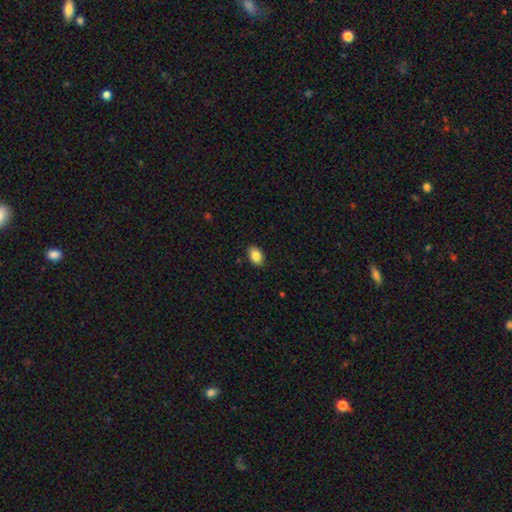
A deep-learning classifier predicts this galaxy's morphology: Overall: smooth (85%). How rounded: in between (85%). Merging: none (88%).